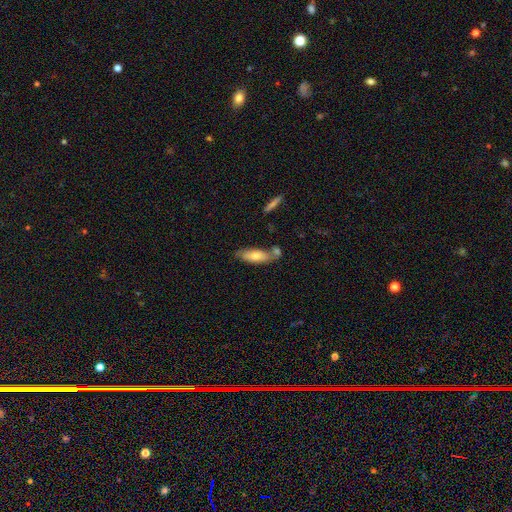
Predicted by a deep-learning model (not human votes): Smooth or featured? smooth (68%)
How rounded? in between (62%)
Merging? none (56%)